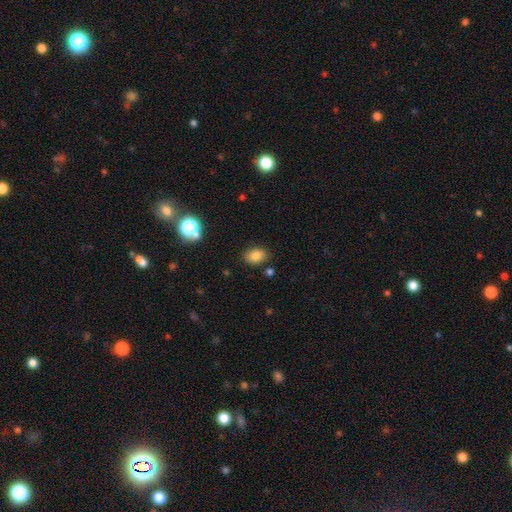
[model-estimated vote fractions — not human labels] Q: Smooth or featured?
A: smooth (82%); runner-up: star or artifact (11%)
Q: How rounded?
A: in between (79%); runner-up: round (20%)
Q: Merging?
A: none (83%); runner-up: minor disturbance (11%)